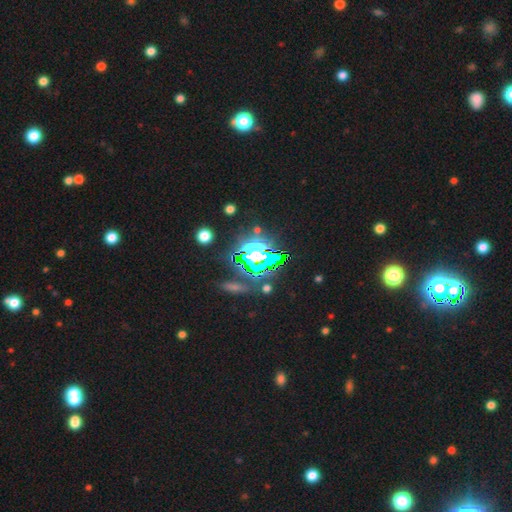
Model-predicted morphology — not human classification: A star or artifact, not a galaxy (84%).

Vote fractions:
- Smooth or featured? star or artifact: 84% / smooth: 9% / featured or disk: 7%